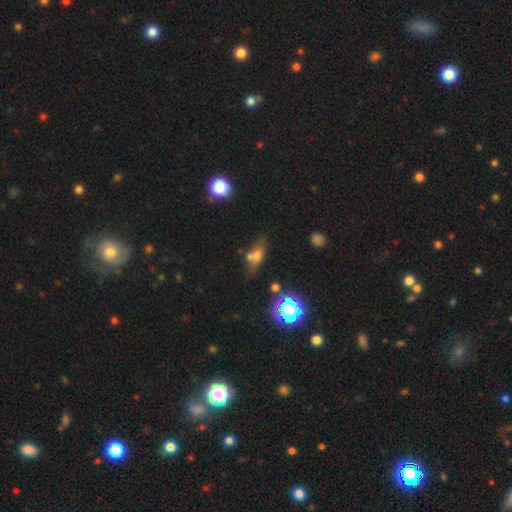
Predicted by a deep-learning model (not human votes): Q: Smooth or featured?
A: smooth (52%); runner-up: star or artifact (25%)
Q: How rounded?
A: in between (64%); runner-up: cigar-shaped (20%)
Q: Merging?
A: none (46%); runner-up: merger (26%)